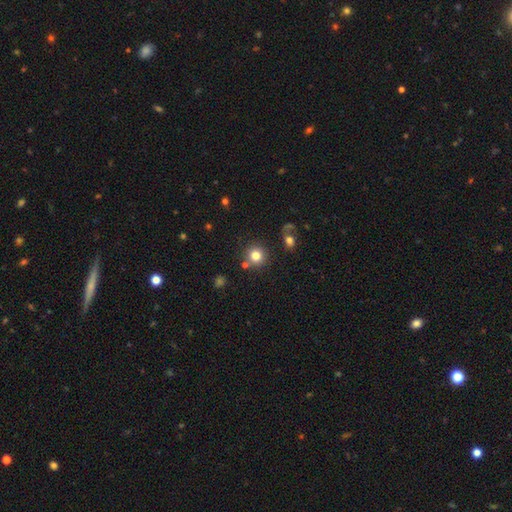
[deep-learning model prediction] smooth 80%, star or artifact 13%, featured or disk 8%. Down the decision tree: how rounded — round (92%); merging — none (80%).